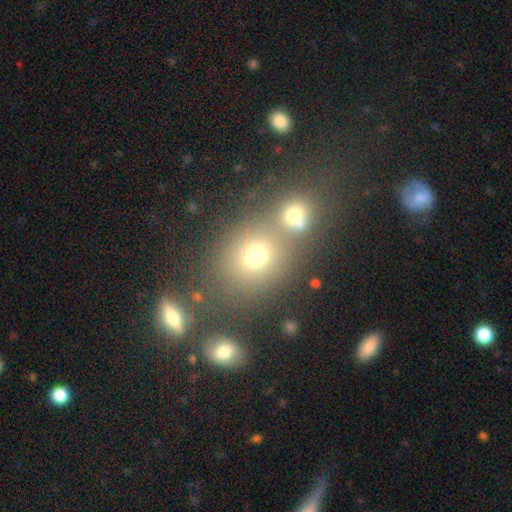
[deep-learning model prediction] The model was most divided on "merging": none: 51%, merger: 35%, minor disturbance: 10%, major disturbance: 5%. More confident: how rounded — round (68%); smooth or featured — smooth (67%).